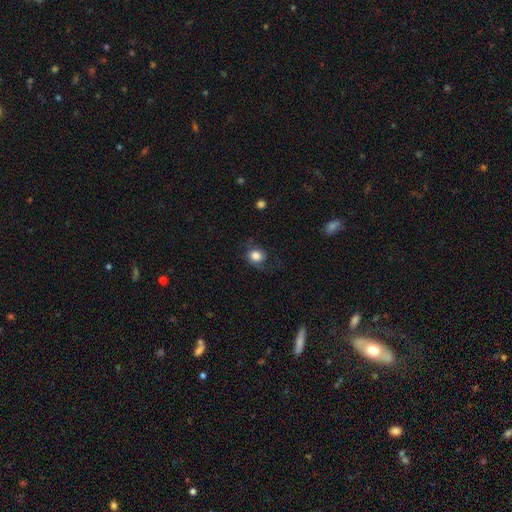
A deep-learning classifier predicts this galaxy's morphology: Smooth or featured?
  - smooth: 76% *
  - featured or disk: 15%
  - star or artifact: 8%
How rounded?
  - round: 70% *
  - in between: 29%
  - cigar-shaped: 1%
Merging?
  - none: 58% *
  - minor disturbance: 22%
  - major disturbance: 19%
  - merger: 2%